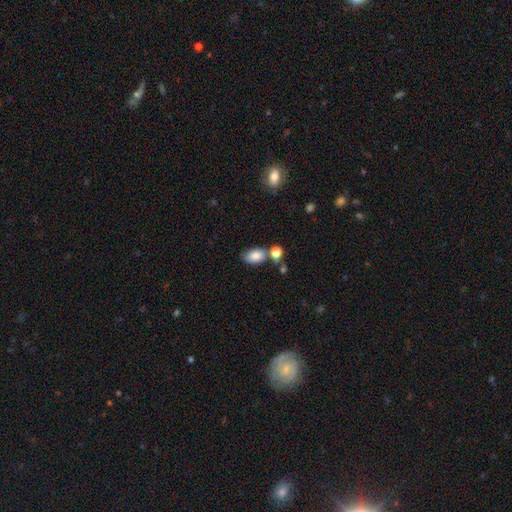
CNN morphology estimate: smooth-or-featured: smooth: 83% | star or artifact: 8% | featured or disk: 8%
  how-rounded: in between: 88% | round: 10% | cigar-shaped: 2%
  merging: none: 57% | merger: 22% | minor disturbance: 16% | major disturbance: 5%